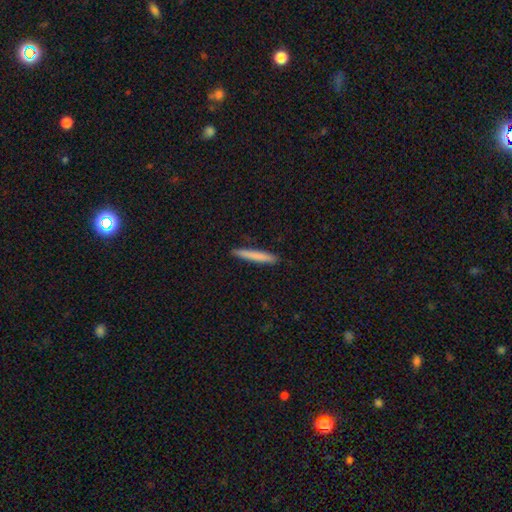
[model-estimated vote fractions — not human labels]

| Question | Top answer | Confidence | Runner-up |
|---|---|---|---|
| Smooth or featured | smooth | 79% | featured or disk (15%) |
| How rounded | cigar-shaped | 96% | in between (3%) |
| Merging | none | 91% | minor disturbance (6%) |